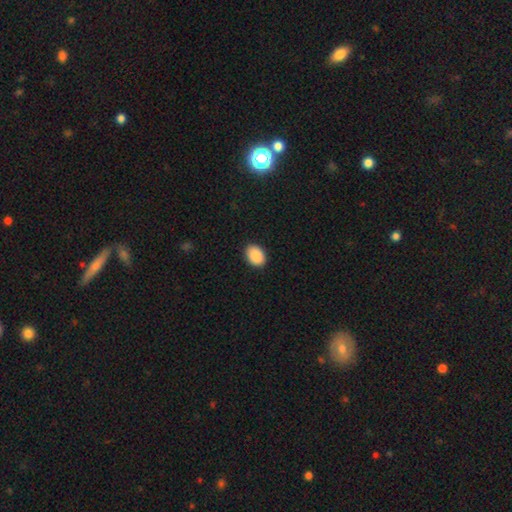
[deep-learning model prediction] smooth-or-featured: smooth: 90% | star or artifact: 7% | featured or disk: 3%
  how-rounded: in between: 76% | round: 24% | cigar-shaped: 1%
  merging: none: 90% | minor disturbance: 7% | major disturbance: 2% | merger: 1%